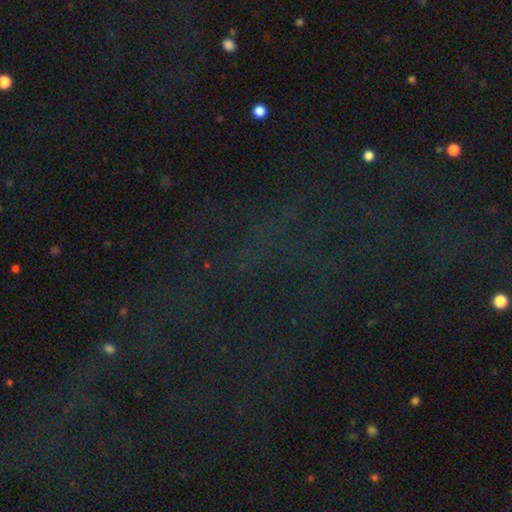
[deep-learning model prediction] smooth_or_featured: star or artifact (p=0.74) [alt: smooth p=0.14]